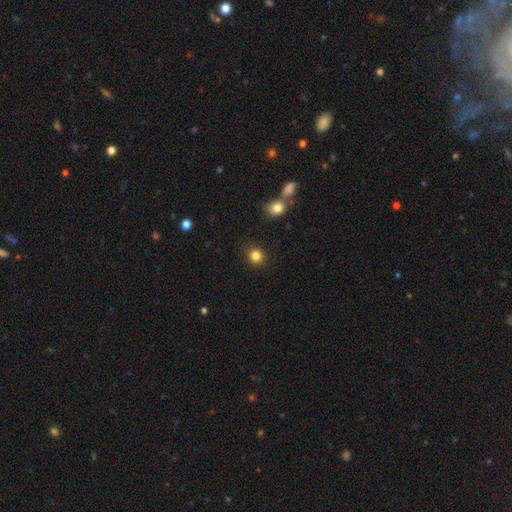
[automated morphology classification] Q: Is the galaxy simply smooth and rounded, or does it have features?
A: smooth — 84%.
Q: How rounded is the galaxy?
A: round — 89%.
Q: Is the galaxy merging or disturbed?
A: none — 89%.